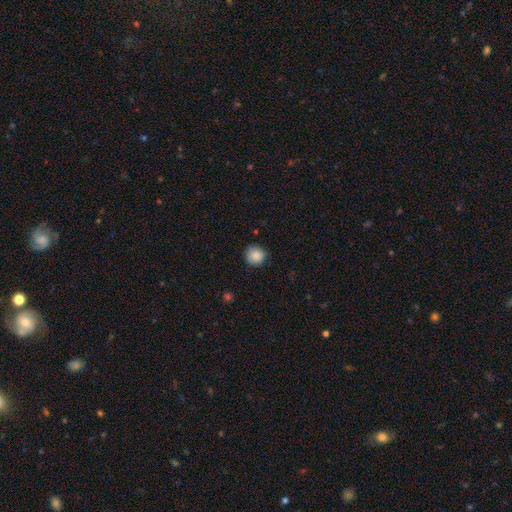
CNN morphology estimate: This is clearly a smooth galaxy (88%). How rounded: clearly round (93%). Merging: clearly none (86%).